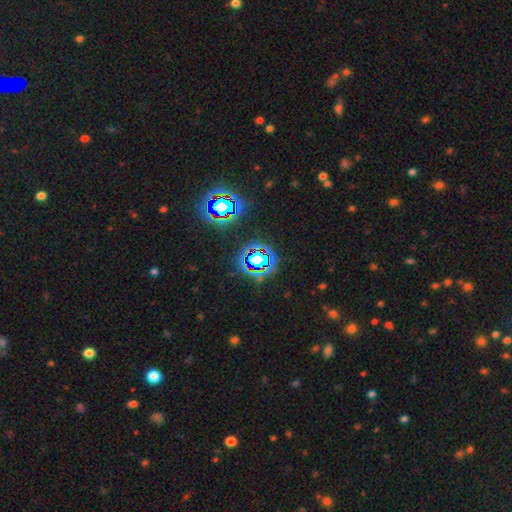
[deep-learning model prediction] Smooth or featured?
  - star or artifact: 71% *
  - smooth: 16%
  - featured or disk: 12%